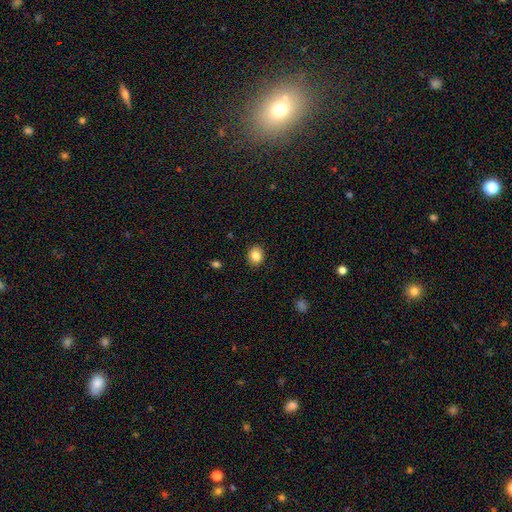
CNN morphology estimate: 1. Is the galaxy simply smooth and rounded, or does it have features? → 85% smooth, 9% star or artifact, 6% featured or disk.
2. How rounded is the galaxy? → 65% round, 34% in between, 1% cigar-shaped.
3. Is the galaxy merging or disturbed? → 90% none, 7% minor disturbance, 2% major disturbance, 1% merger.